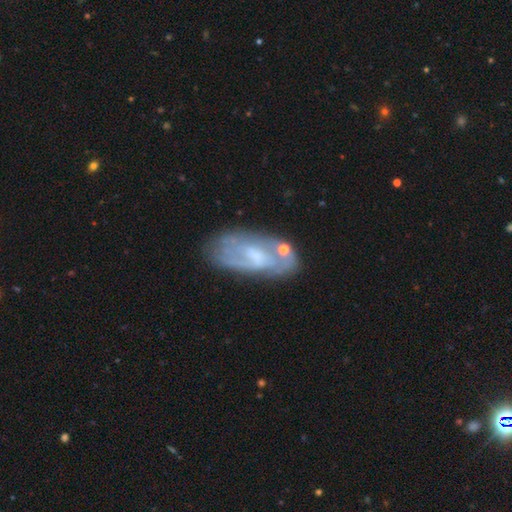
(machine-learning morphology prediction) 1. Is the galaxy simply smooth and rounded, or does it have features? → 62% featured or disk, 31% smooth, 7% star or artifact.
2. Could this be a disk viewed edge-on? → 90% no, 10% yes.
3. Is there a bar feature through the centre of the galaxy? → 44% weak, 43% no, 13% strong.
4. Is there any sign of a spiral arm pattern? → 58% yes, 42% no.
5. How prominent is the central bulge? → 36% moderate, 35% small, 22% none, 5% large, 1% dominant.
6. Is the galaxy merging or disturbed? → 60% none, 22% minor disturbance, 10% major disturbance, 8% merger.